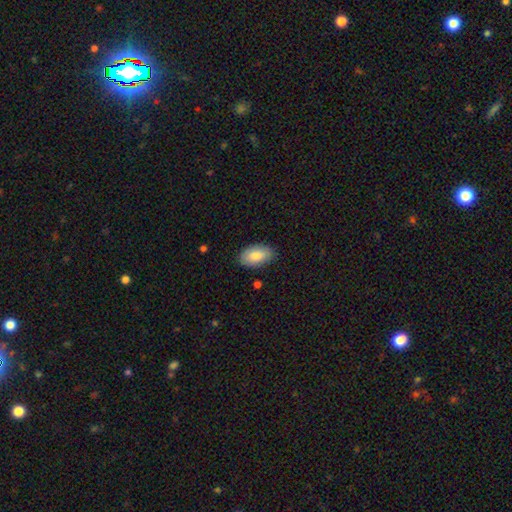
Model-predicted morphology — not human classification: A smooth galaxy with no disk features (84%) that is in between round and cigar-shaped (94%).

Vote fractions:
- Smooth or featured? smooth: 84% / featured or disk: 10% / star or artifact: 6%
- How rounded? in between: 94% / round: 4% / cigar-shaped: 2%
- Merging? none: 85% / minor disturbance: 12% / major disturbance: 2% / merger: 1%